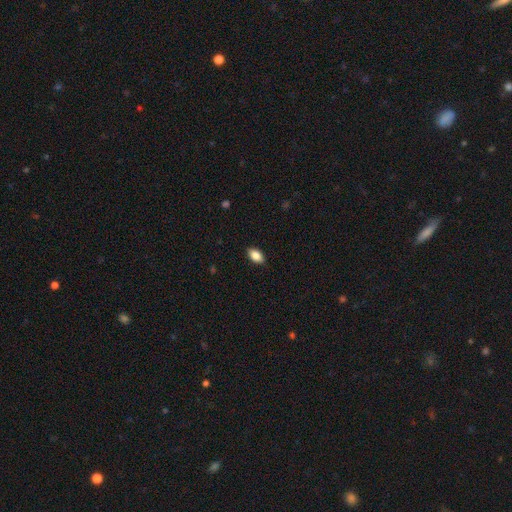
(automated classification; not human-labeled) Morphology: type=smooth (87%); roundness=in between (92%); merging=none (89%).